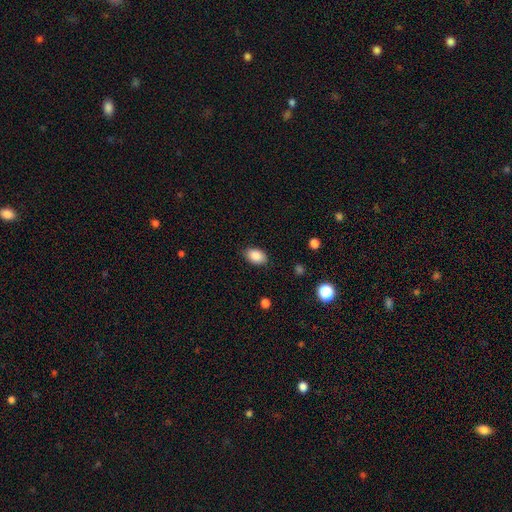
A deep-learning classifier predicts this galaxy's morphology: This appears to be a smooth galaxy with no disk features (88%) that is in between round and cigar-shaped (90%). Merging: none (85%).